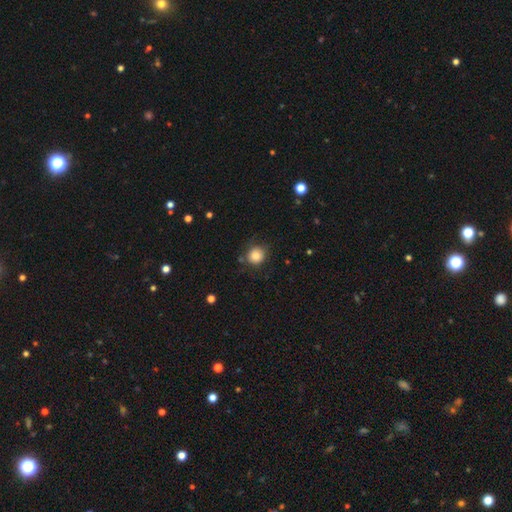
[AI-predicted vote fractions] Overall: smooth (85%). How rounded: round (88%). Merging: none (78%).